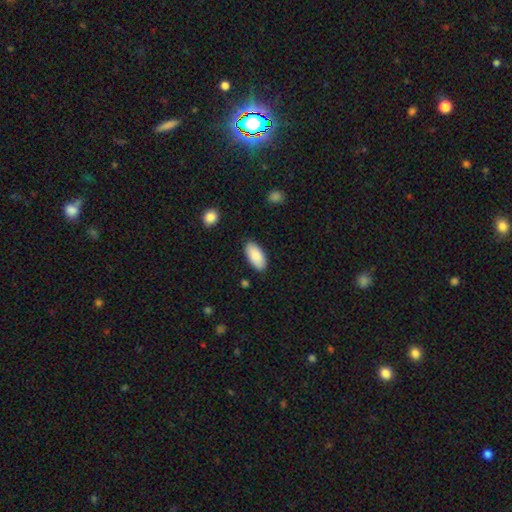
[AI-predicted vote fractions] Morphology: type=smooth (88%); roundness=in between (93%); merging=none (85%).